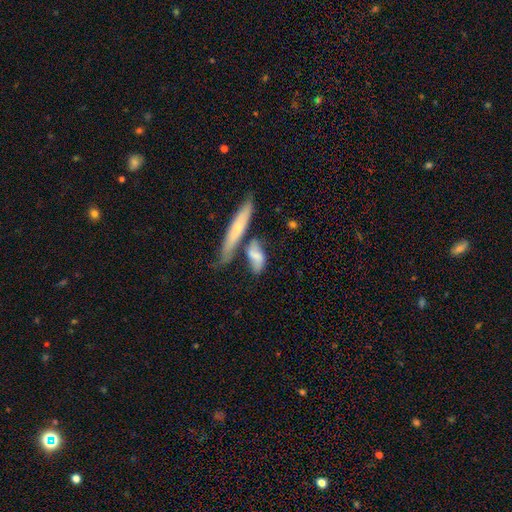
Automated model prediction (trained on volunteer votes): Smooth or featured: smooth — 59% (featured or disk — 35%)
How rounded: in between — 58% (cigar-shaped — 35%)
Merging: none — 41% (merger — 30%)